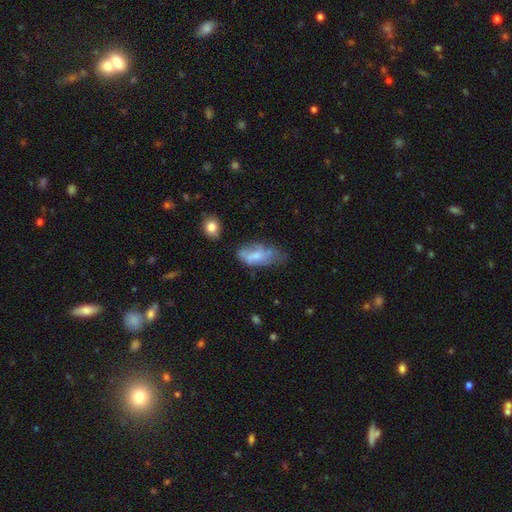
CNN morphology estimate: A smooth galaxy with no disk features (56%) that is in between round and cigar-shaped (89%).

Vote fractions:
- Smooth or featured? smooth: 56% / featured or disk: 36% / star or artifact: 9%
- How rounded? in between: 89% / cigar-shaped: 7% / round: 3%
- Merging? none: 36% / minor disturbance: 35% / major disturbance: 24% / merger: 6%